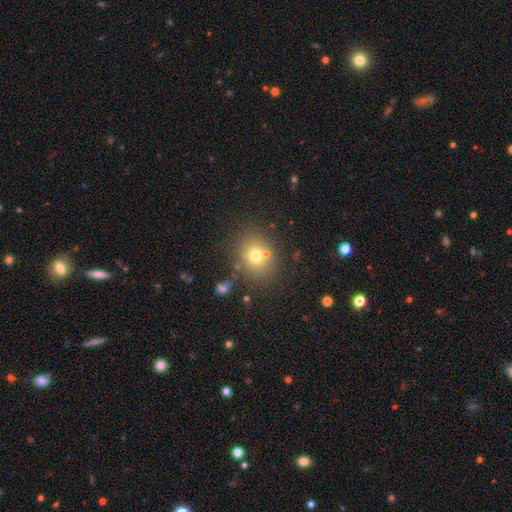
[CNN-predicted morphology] A smooth galaxy with no disk features (70%) that is round (66%).

Vote fractions:
- Smooth or featured? smooth: 70% / star or artifact: 15% / featured or disk: 15%
- How rounded? round: 66% / in between: 33% / cigar-shaped: 1%
- Merging? none: 73% / minor disturbance: 11% / merger: 11% / major disturbance: 5%